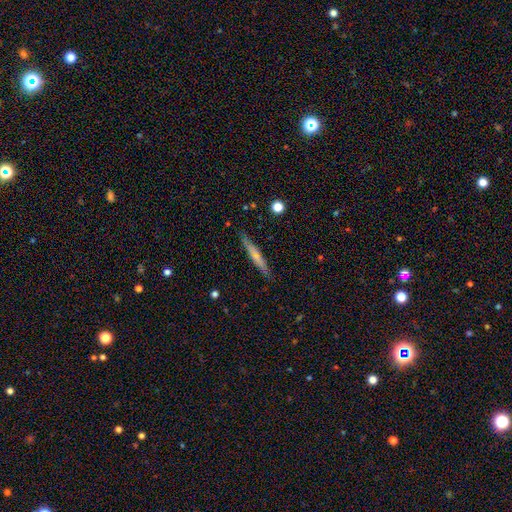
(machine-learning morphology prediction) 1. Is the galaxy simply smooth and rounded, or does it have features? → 56% smooth, 38% featured or disk, 7% star or artifact.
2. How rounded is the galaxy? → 95% cigar-shaped, 4% in between, 2% round.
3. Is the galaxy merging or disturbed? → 86% none, 10% minor disturbance, 2% major disturbance, 1% merger.